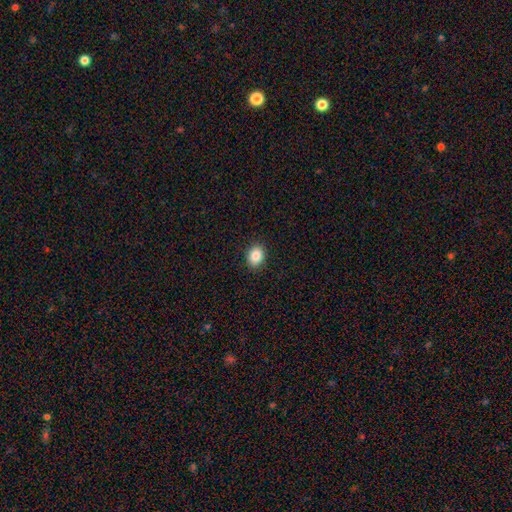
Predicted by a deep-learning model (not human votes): The model was most divided on "how rounded": in between: 53%, round: 46%, cigar-shaped: 1%. More confident: merging — none (90%); smooth or featured — smooth (87%).